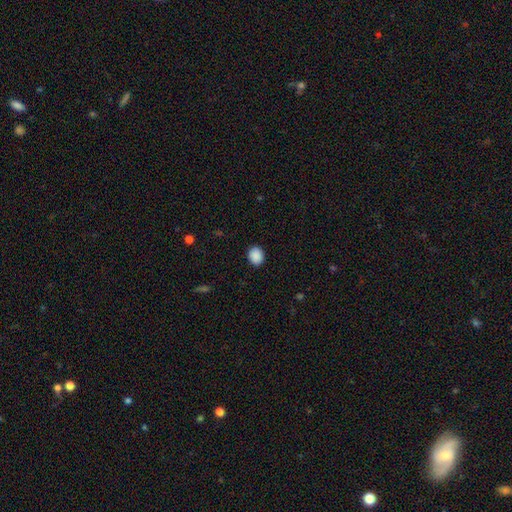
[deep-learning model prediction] A smooth galaxy with no disk features (90%) that is round (53%).

Vote fractions:
- Smooth or featured? smooth: 90% / star or artifact: 8% / featured or disk: 2%
- How rounded? round: 53% / in between: 46% / cigar-shaped: 1%
- Merging? none: 90% / minor disturbance: 7% / major disturbance: 2% / merger: 1%